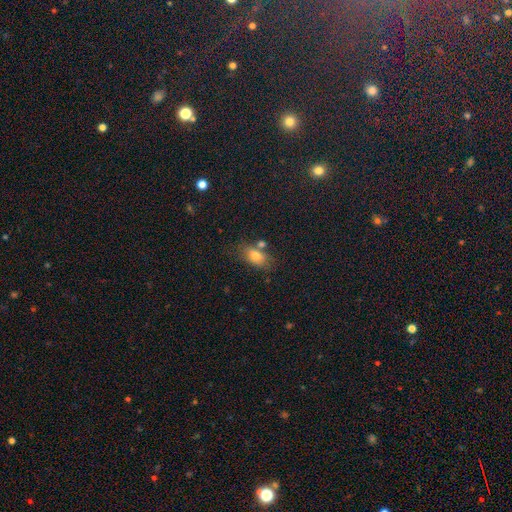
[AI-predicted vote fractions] Smooth or featured?
  - smooth: 75% *
  - featured or disk: 14%
  - star or artifact: 11%
How rounded?
  - in between: 85% *
  - round: 11%
  - cigar-shaped: 4%
Merging?
  - none: 61% *
  - merger: 18%
  - minor disturbance: 16%
  - major disturbance: 5%